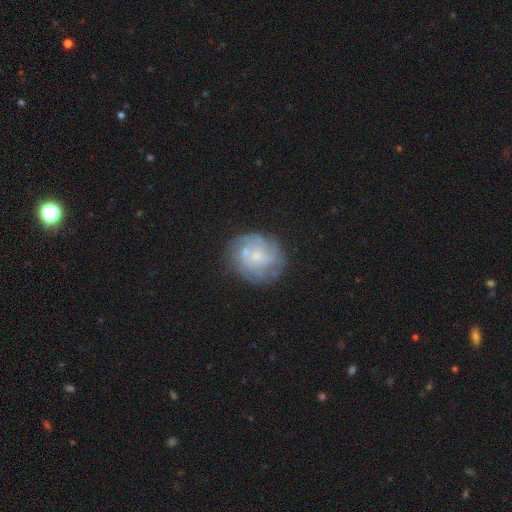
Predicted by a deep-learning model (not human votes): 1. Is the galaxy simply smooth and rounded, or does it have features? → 62% featured or disk, 29% smooth, 9% star or artifact.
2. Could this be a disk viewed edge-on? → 98% no, 2% yes.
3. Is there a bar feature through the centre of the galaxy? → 75% no, 22% weak, 3% strong.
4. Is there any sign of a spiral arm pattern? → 69% yes, 31% no.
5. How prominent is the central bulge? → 62% small, 26% moderate, 9% none, 2% large, 1% dominant.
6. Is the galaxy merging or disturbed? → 70% none, 18% minor disturbance, 8% major disturbance, 4% merger.